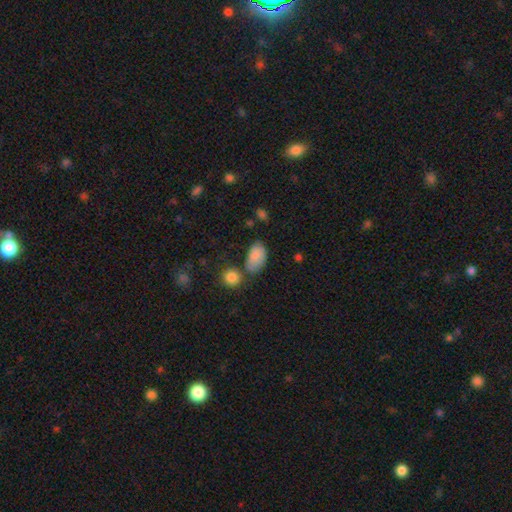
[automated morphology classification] This is clearly a smooth galaxy (83%). How rounded: clearly in between (91%). Merging: possibly none (52%).